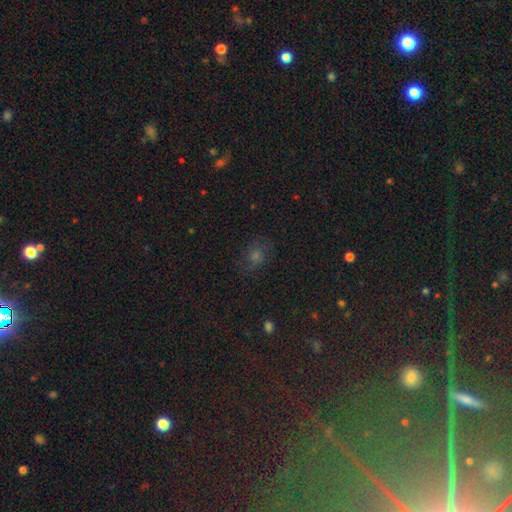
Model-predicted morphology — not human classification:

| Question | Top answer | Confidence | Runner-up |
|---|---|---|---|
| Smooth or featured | smooth | 40% | tied: star or artifact (40%) |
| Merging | none | 76% | minor disturbance (16%) |